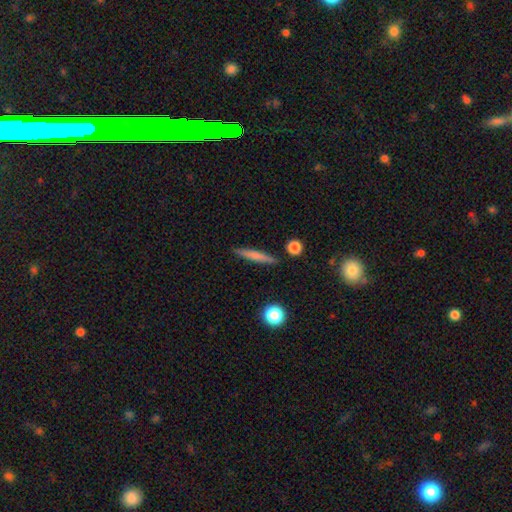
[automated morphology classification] A smooth galaxy with no disk features (65%) that is cigar-shaped (92%). Merging: none (88%).